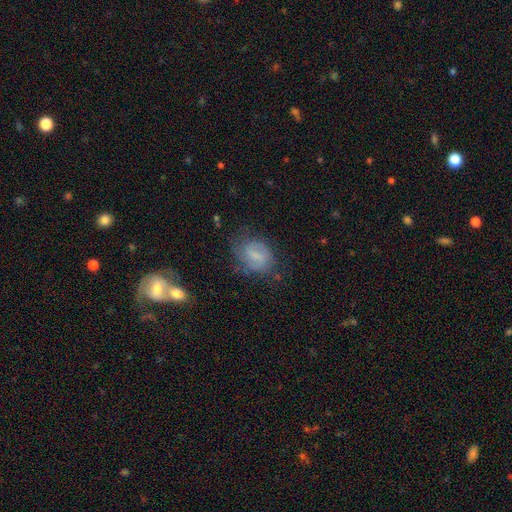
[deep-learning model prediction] Smooth or featured: smooth — 48% (featured or disk — 42%)
Merging: none — 56% (minor disturbance — 26%)